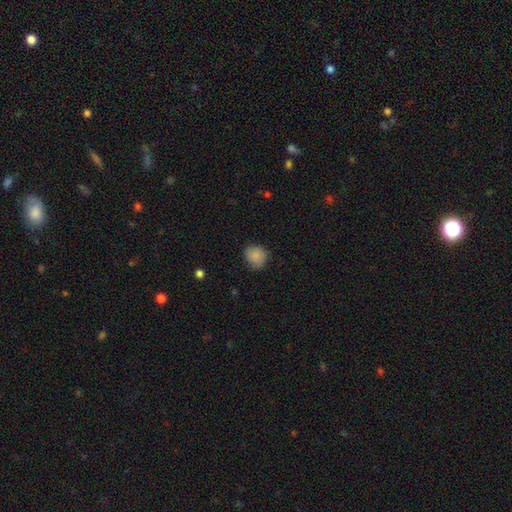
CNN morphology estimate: This appears to be a smooth galaxy with no disk features (85%) that is round (83%). Merging: none (77%).